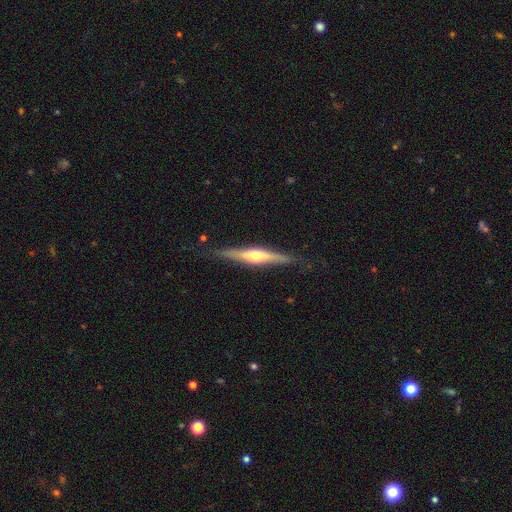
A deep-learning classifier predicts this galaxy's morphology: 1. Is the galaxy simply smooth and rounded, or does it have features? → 73% featured or disk, 22% smooth, 5% star or artifact.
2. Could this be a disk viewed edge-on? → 97% yes, 3% no.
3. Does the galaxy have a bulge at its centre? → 89% rounded, 6% boxy, 5% none.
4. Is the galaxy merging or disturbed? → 85% none, 11% minor disturbance, 2% major disturbance, 1% merger.